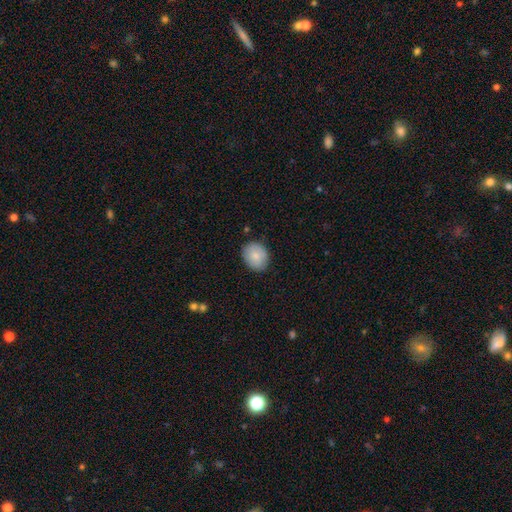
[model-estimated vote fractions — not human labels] A smooth galaxy with no disk features (83%) that is round (50%).

Vote fractions:
- Smooth or featured? smooth: 83% / featured or disk: 11% / star or artifact: 7%
- How rounded? round: 50% / in between: 49% / cigar-shaped: 1%
- Merging? none: 85% / minor disturbance: 12% / major disturbance: 2% / merger: 1%